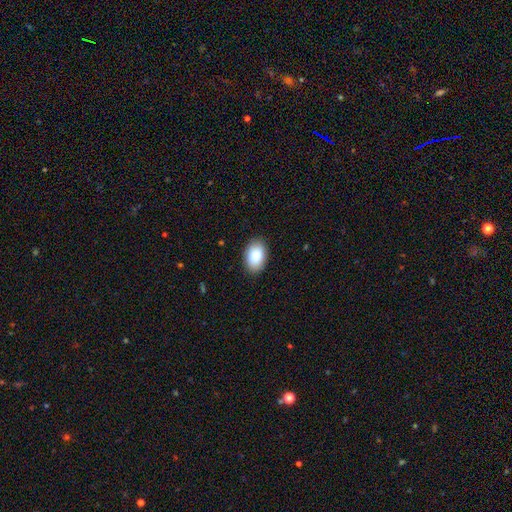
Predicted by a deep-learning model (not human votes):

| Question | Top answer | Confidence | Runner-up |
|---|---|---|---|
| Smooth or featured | smooth | 86% | featured or disk (7%) |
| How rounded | in between | 89% | round (10%) |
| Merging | none | 88% | minor disturbance (9%) |